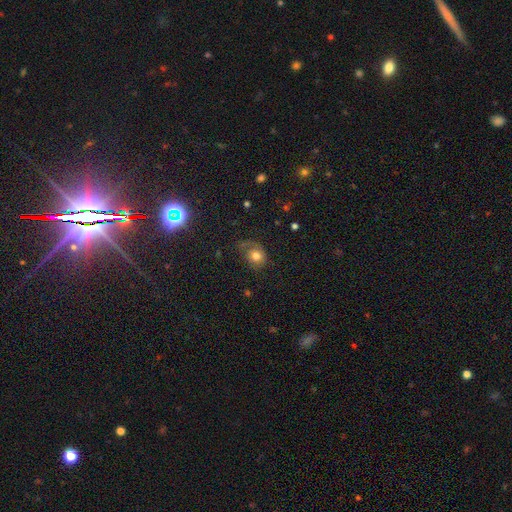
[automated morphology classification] Smooth or featured? smooth (63%)
How rounded? round (63%)
Merging? none (52%)